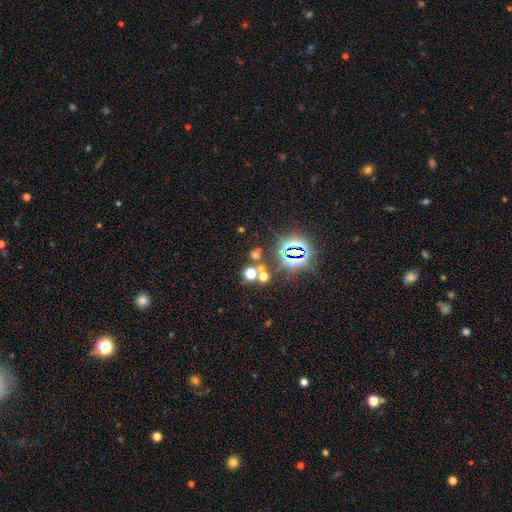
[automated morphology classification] Smooth or featured: star or artifact — 60% (smooth — 32%)